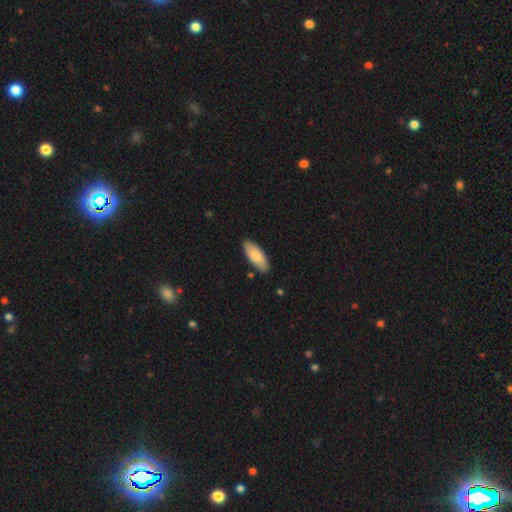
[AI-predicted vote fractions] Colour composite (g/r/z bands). It shows a smooth galaxy with no disk features (81%) that is in between round and cigar-shaped (77%). Merging: none (87%).